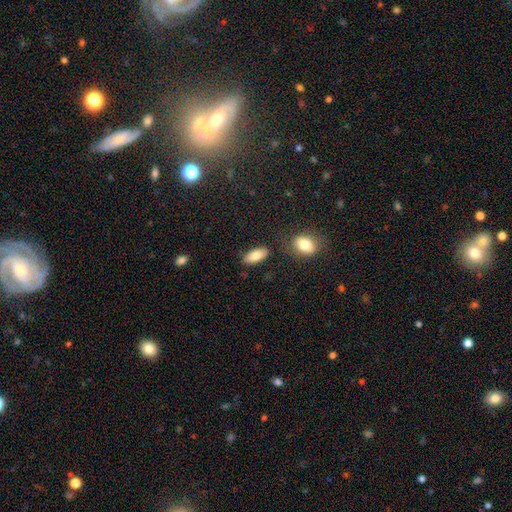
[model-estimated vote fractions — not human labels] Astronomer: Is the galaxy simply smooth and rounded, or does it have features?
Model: smooth — 84%.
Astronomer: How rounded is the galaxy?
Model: in between — 86%.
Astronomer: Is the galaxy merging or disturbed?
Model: none — 79%.